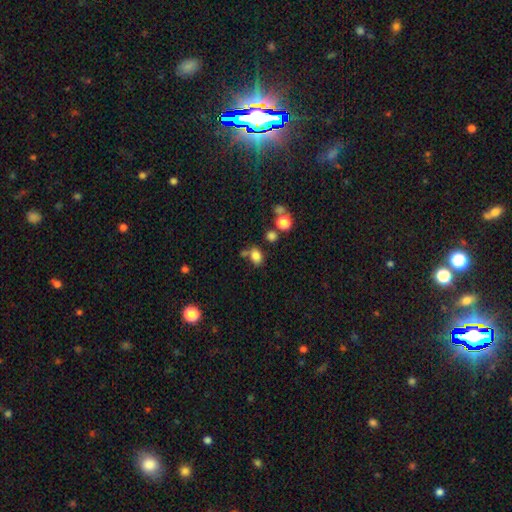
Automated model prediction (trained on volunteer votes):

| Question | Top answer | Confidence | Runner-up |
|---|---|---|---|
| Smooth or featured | smooth | 81% | star or artifact (13%) |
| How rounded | in between | 69% | round (30%) |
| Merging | none | 62% | merger (18%) |